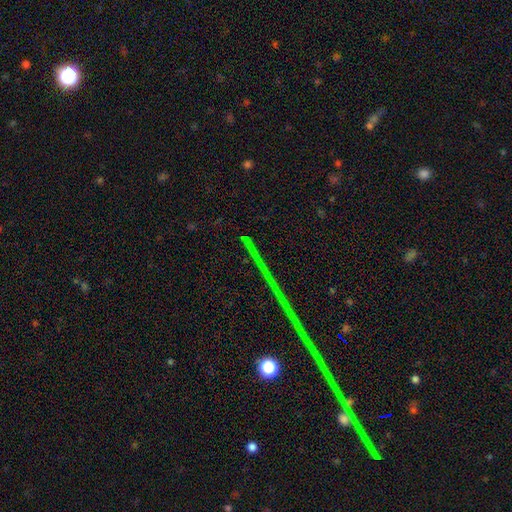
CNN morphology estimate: Q: Smooth or featured?
A: star or artifact (81%); runner-up: featured or disk (11%)